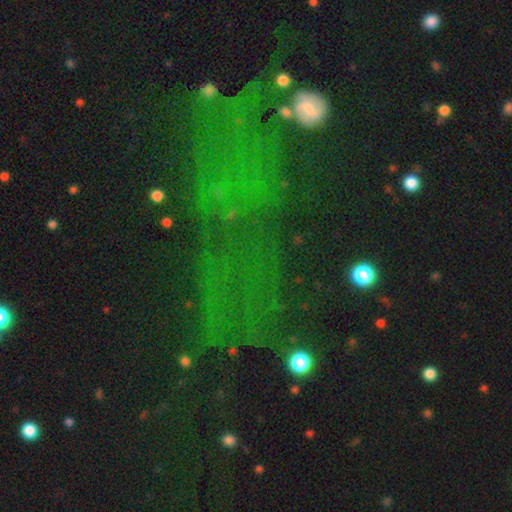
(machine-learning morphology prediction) Q: Smooth or featured?
A: star or artifact (59%); runner-up: smooth (23%)